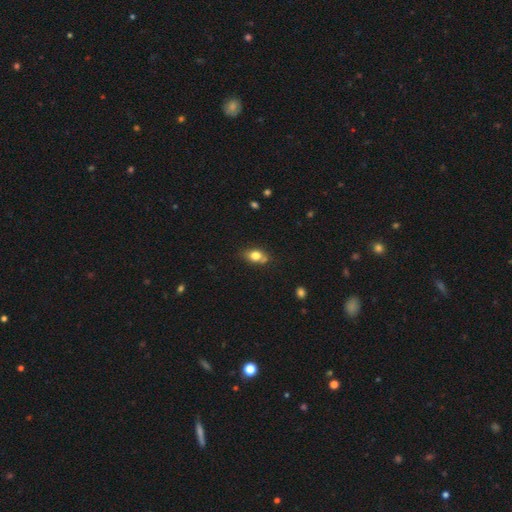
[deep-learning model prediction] The model was most divided on "merging": none: 64%, minor disturbance: 21%, merger: 11%, major disturbance: 5%. More confident: smooth or featured — smooth (76%); how rounded — in between (74%).